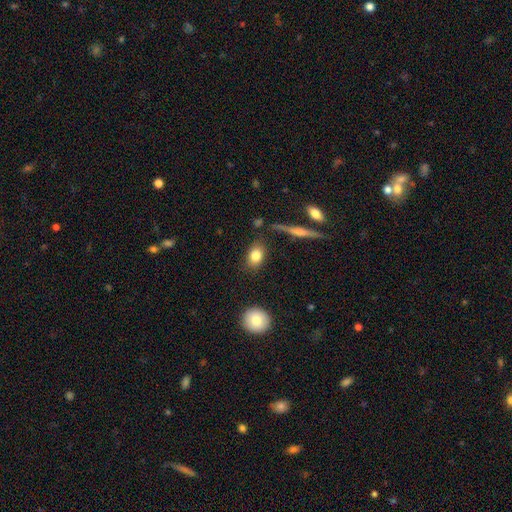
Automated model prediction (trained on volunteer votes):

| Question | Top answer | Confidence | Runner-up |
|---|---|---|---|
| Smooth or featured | smooth | 82% | featured or disk (10%) |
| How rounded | in between | 75% | round (22%) |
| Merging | none | 80% | minor disturbance (13%) |